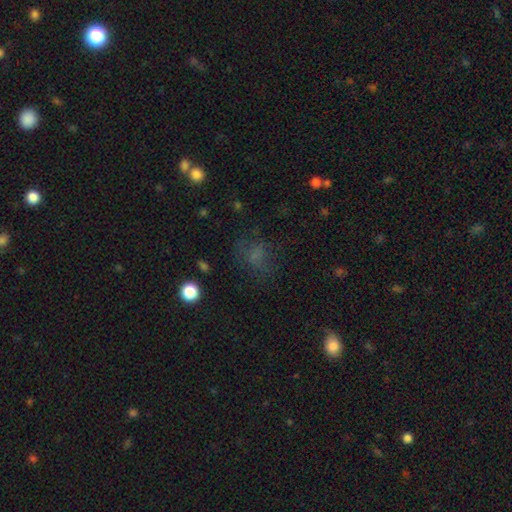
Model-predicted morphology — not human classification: smooth-or-featured: smooth: 57% | star or artifact: 25% | featured or disk: 17%
  how-rounded: round: 54% | in between: 44% | cigar-shaped: 2%
  merging: none: 60% | minor disturbance: 19% | major disturbance: 19% | merger: 3%